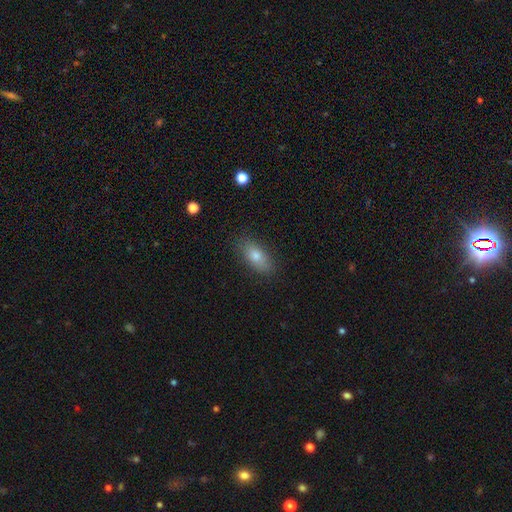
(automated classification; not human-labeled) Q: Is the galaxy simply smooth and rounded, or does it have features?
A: smooth — 76%.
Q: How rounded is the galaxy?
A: in between — 84%.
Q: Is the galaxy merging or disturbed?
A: none — 86%.